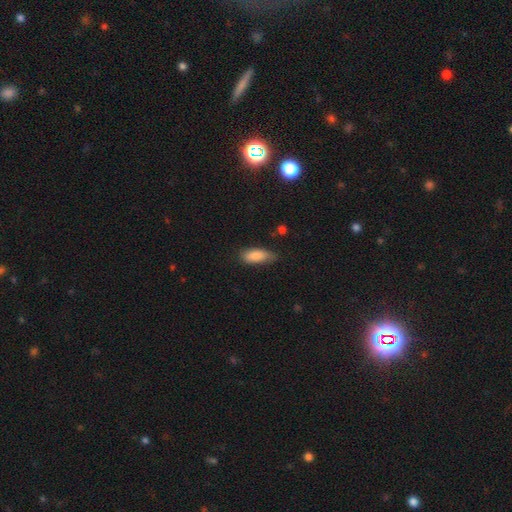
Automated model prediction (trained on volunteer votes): smooth 86%, featured or disk 8%, star or artifact 7%. Down the decision tree: how rounded — in between (78%); merging — none (65%).